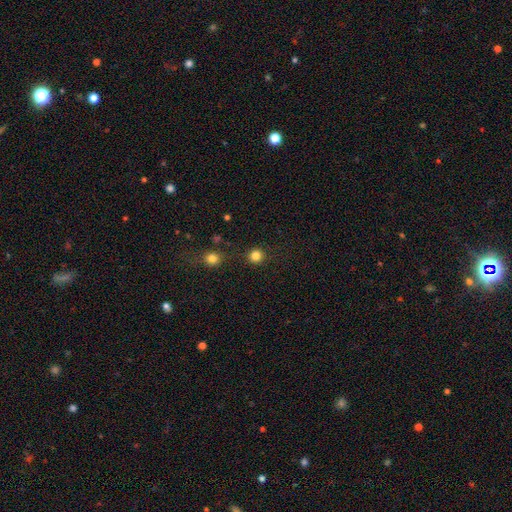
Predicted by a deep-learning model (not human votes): This appears to be a smooth galaxy with no disk features (83%) that is round (94%). Merging: none (87%).